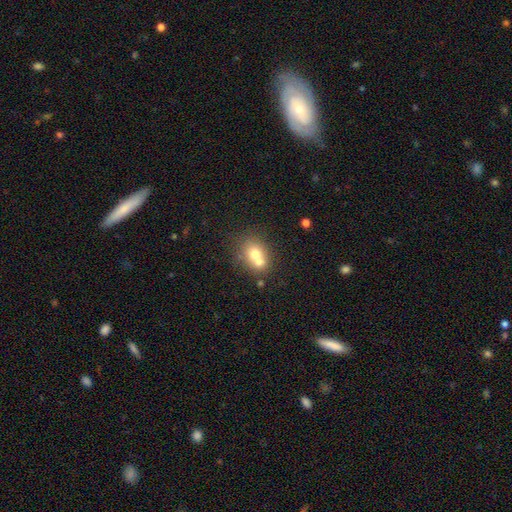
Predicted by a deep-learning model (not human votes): The model was most divided on "how rounded": round: 60%, in between: 39%, cigar-shaped: 1%. More confident: smooth or featured — smooth (67%); merging — merger (57%).